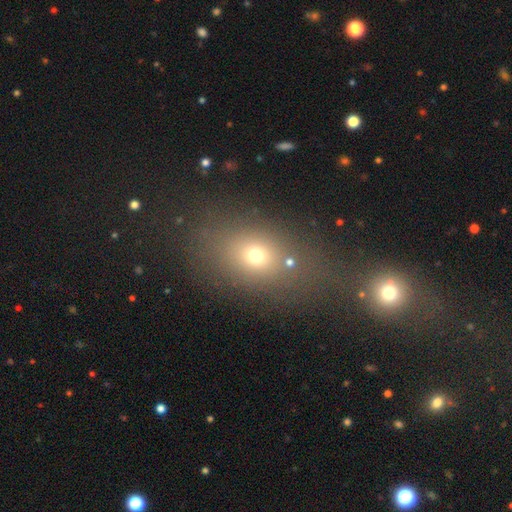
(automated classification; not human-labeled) The model was most divided on "how rounded": in between: 61%, round: 36%, cigar-shaped: 4%. More confident: smooth or featured — smooth (66%); merging — none (58%).